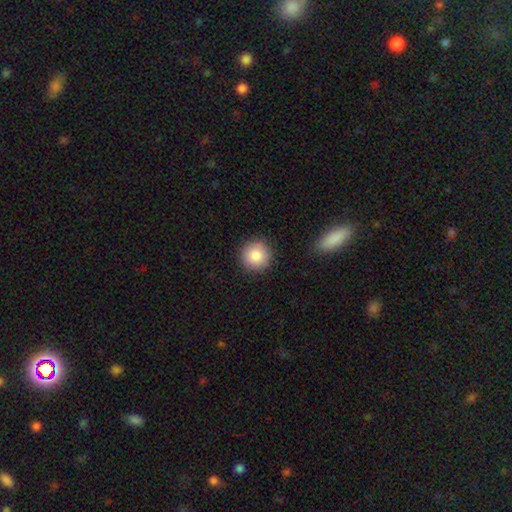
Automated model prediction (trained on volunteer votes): This is clearly a smooth galaxy (87%). How rounded: clearly round (95%). Merging: clearly none (91%).